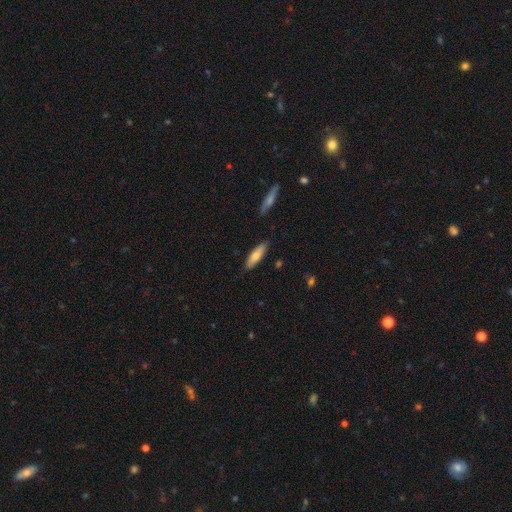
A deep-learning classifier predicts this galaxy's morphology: The model was most divided on "how rounded": cigar-shaped: 60%, in between: 38%, round: 2%. More confident: merging — none (87%); smooth or featured — smooth (70%).